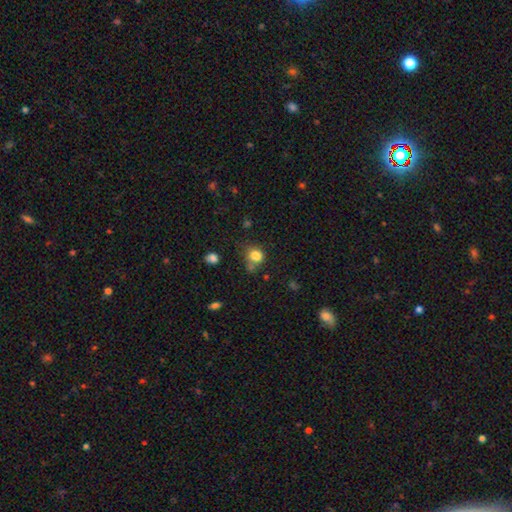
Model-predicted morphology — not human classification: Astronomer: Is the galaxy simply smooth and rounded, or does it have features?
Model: smooth — 81%.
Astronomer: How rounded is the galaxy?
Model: round — 67%.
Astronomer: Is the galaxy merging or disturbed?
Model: none — 50% (runner-up: minor disturbance, 27%).